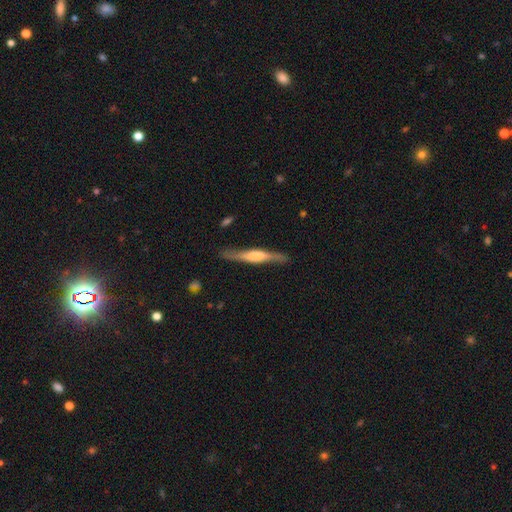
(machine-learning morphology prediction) Overall: featured or disk (68%). Edge-on disk: yes (95%). Edge-on bulge: rounded (47%; boxy 42%). Merging: none (83%).